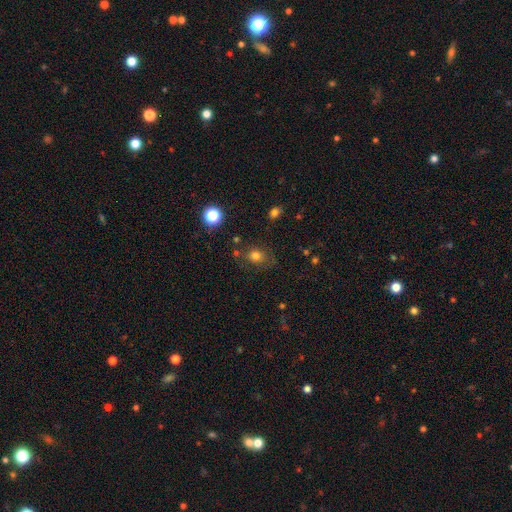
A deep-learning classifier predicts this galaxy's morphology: Q: Smooth or featured?
A: smooth (77%); runner-up: star or artifact (16%)
Q: How rounded?
A: round (63%); runner-up: in between (36%)
Q: Merging?
A: none (72%); runner-up: minor disturbance (17%)